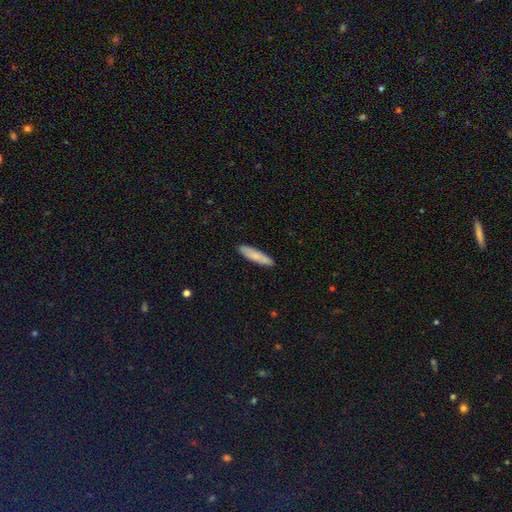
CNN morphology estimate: This appears to be a smooth galaxy with no disk features (78%) that is cigar-shaped (82%). Merging: none (90%).